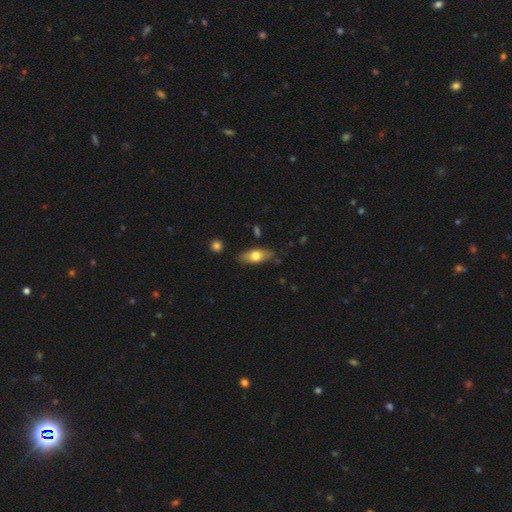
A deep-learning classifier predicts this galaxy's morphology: type=smooth (64%); roundness=in between (74%); merging=none (79%).